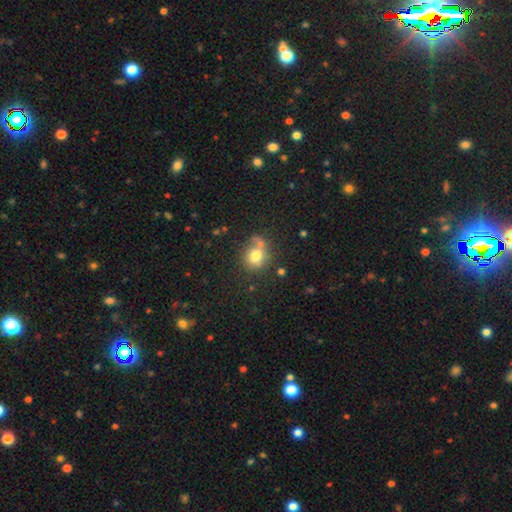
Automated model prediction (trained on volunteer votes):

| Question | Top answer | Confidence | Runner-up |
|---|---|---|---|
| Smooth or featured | smooth | 76% | featured or disk (12%) |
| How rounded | round | 76% | in between (23%) |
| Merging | none | 57% | merger (19%) |